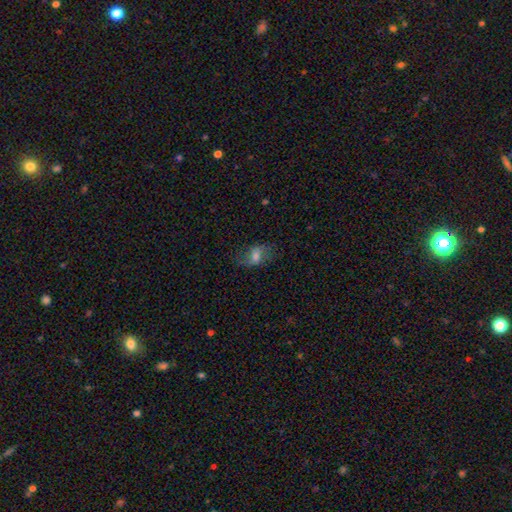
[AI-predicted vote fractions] smooth-or-featured: smooth: 47% | featured or disk: 41% | star or artifact: 12%
  merging: none: 68% | minor disturbance: 20% | major disturbance: 11% | merger: 1%